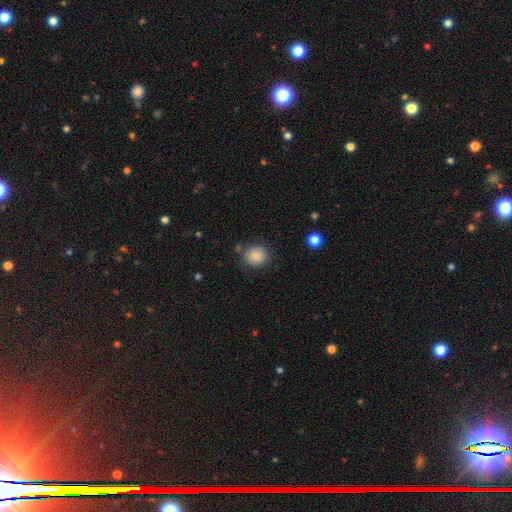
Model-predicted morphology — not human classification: A smooth galaxy with no disk features (87%) that is round (84%). Merging: none (81%).